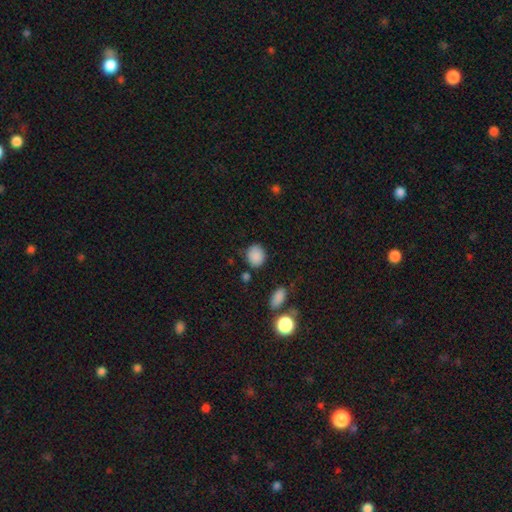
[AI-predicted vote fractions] The model was most divided on "how rounded": round: 67%, in between: 32%, cigar-shaped: 1%. More confident: smooth or featured — smooth (87%); merging — none (80%).